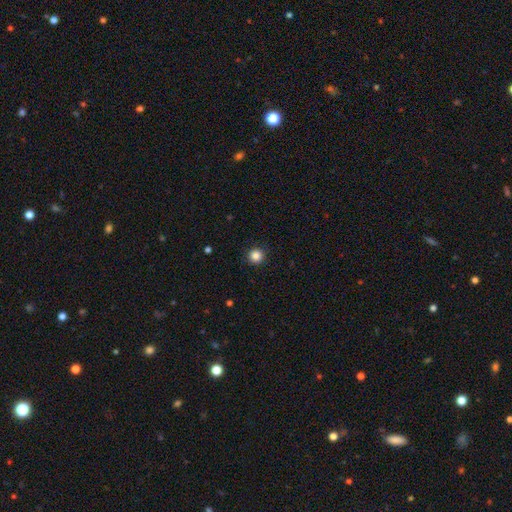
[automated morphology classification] Smooth or featured? Predicted: smooth (p=0.85). How rounded? Predicted: round (p=0.96). Merging? Predicted: none (p=0.92).